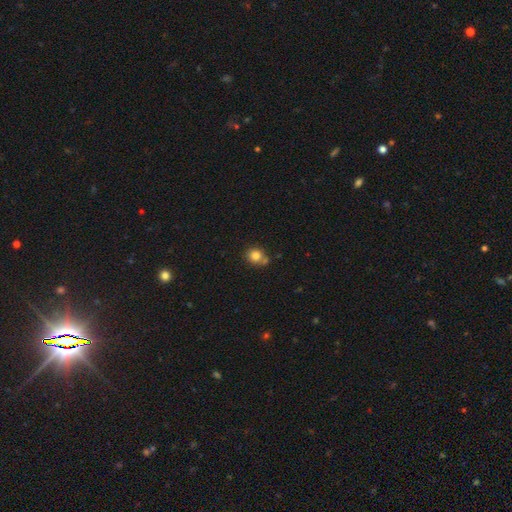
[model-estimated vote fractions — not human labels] This is clearly a smooth galaxy (81%). How rounded: likely round (79%). Merging: possibly none (59%).